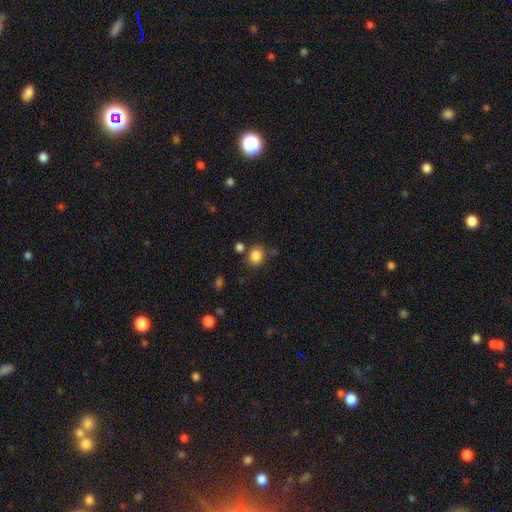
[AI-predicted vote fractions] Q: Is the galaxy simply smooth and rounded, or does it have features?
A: smooth — 85%.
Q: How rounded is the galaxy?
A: round — 74%.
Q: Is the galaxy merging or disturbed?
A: none — 73%.